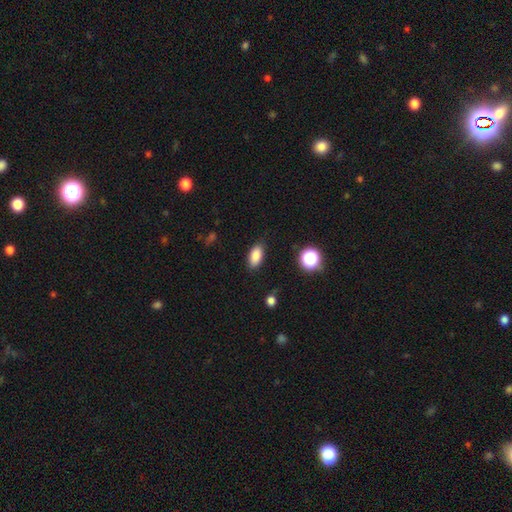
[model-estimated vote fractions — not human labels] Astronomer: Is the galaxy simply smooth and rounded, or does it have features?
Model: smooth — 85%.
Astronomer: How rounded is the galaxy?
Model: in between — 89%.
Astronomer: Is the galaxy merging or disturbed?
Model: none — 85%.